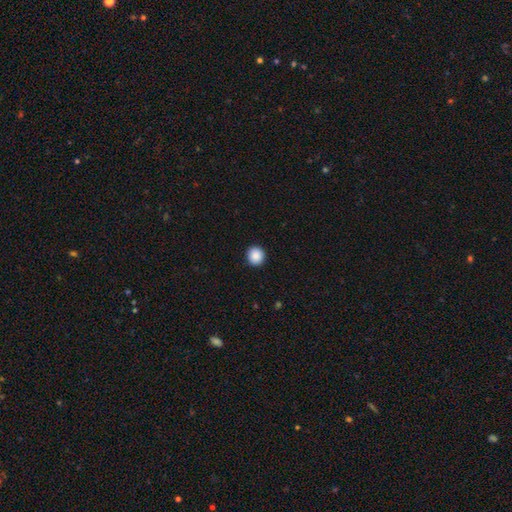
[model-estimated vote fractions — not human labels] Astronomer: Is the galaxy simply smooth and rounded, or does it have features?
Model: smooth — 89%.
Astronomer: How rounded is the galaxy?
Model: round — 93%.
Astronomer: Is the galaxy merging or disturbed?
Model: none — 93%.